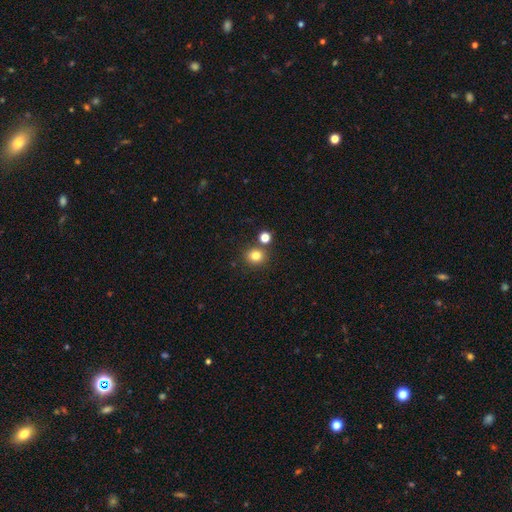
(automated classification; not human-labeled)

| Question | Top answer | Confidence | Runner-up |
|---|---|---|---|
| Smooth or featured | smooth | 80% | star or artifact (14%) |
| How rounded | round | 84% | in between (15%) |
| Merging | none | 78% | merger (12%) |